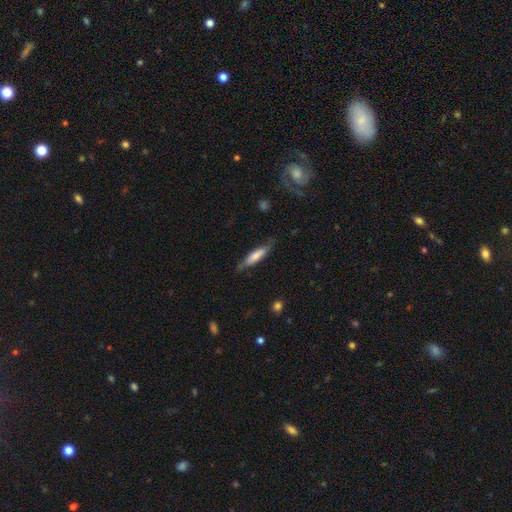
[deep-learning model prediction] Smooth or featured?
  - smooth: 61% *
  - featured or disk: 33%
  - star or artifact: 6%
How rounded?
  - cigar-shaped: 77% *
  - in between: 21%
  - round: 1%
Merging?
  - none: 71% *
  - minor disturbance: 22%
  - major disturbance: 5%
  - merger: 2%